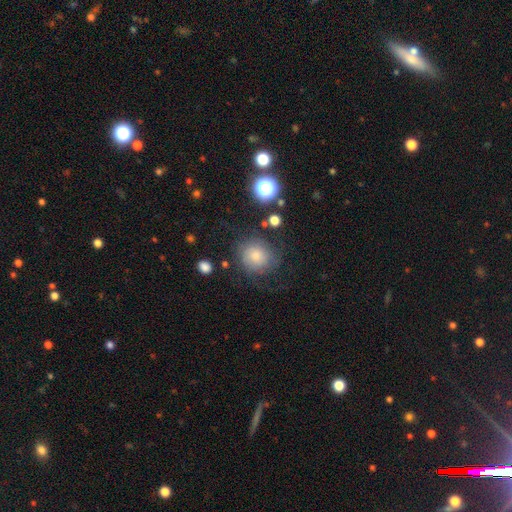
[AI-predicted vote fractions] Smooth or featured? smooth (74%)
How rounded? round (86%)
Merging? none (69%)